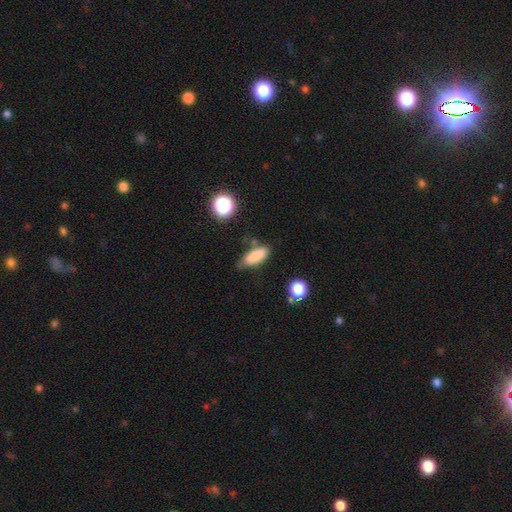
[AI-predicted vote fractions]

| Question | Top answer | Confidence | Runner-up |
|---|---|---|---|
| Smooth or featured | smooth | 82% | featured or disk (9%) |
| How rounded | in between | 70% | cigar-shaped (27%) |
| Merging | none | 65% | minor disturbance (24%) |